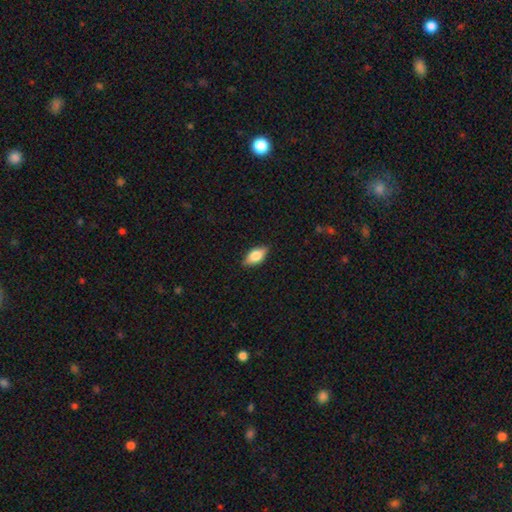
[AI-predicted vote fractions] Smooth or featured? smooth (66%)
How rounded? in between (85%)
Merging? none (86%)